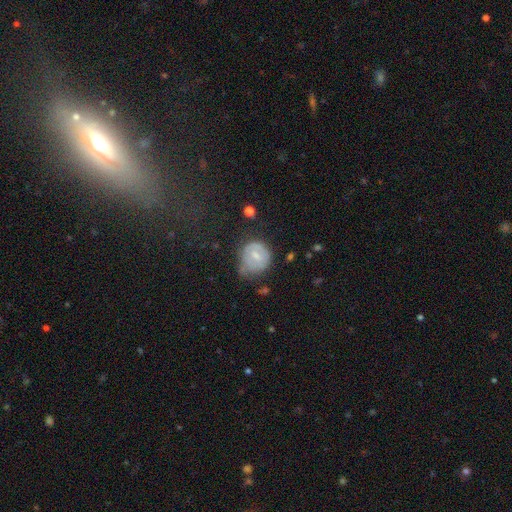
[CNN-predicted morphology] smooth_or_featured: smooth (p=0.54) [alt: featured or disk p=0.37]
how_rounded: round (p=0.75) [alt: in between p=0.24]
merging: none (p=0.43) [alt: minor disturbance p=0.38]